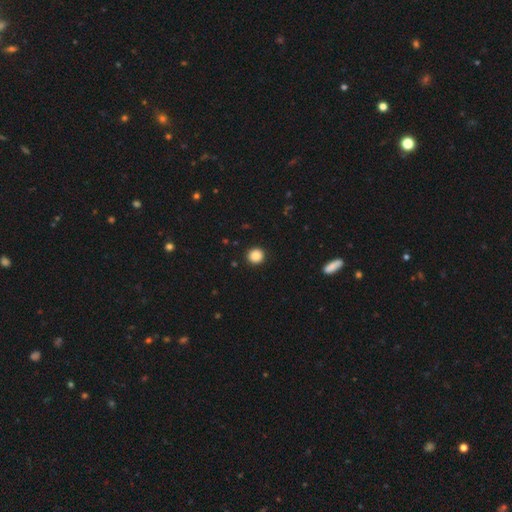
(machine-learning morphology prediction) This is clearly a smooth galaxy (88%). How rounded: clearly round (93%). Merging: clearly none (92%).